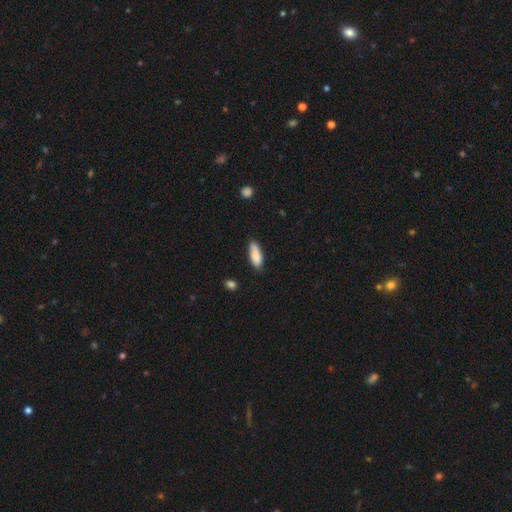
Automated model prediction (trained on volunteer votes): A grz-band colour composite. It shows a smooth galaxy with no disk features (87%) that is in between round and cigar-shaped (69%). Merging: none (76%).